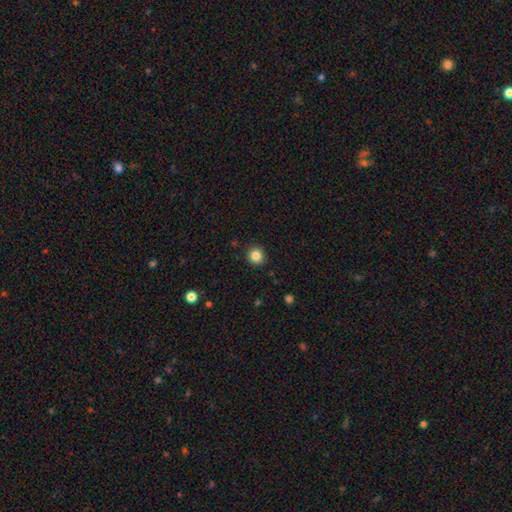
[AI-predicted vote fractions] This appears to be a smooth galaxy with no disk features (85%) that is round (91%). Merging: none (91%).